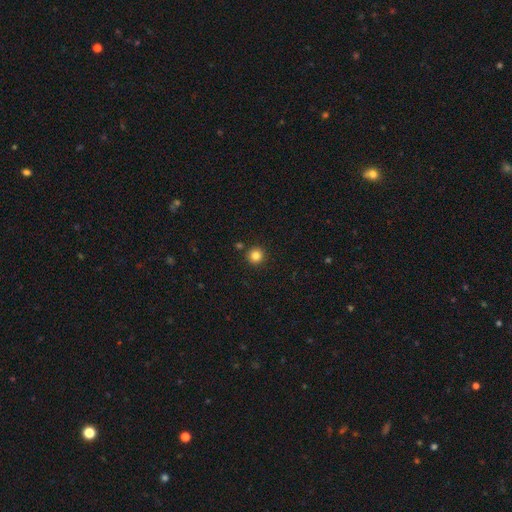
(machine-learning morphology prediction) Smooth or featured: smooth — 83% (star or artifact — 12%)
How rounded: round — 95% (in between — 4%)
Merging: none — 89% (minor disturbance — 6%)